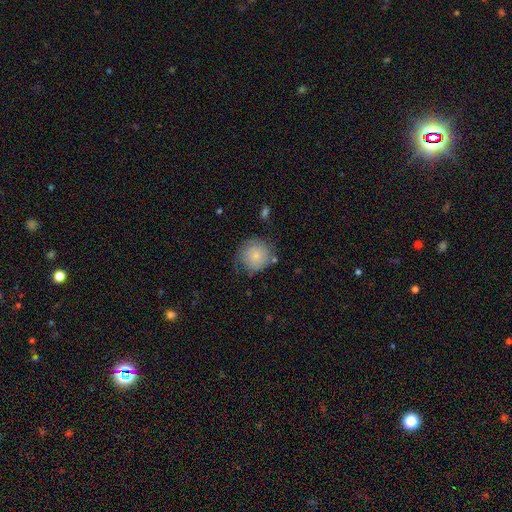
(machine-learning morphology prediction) Smooth or featured: smooth — 73% (featured or disk — 20%)
How rounded: round — 91% (in between — 8%)
Merging: none — 62% (minor disturbance — 25%)